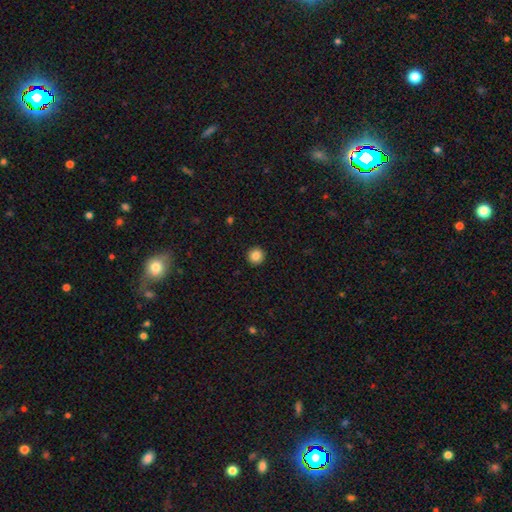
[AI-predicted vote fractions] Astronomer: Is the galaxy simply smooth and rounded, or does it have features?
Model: smooth — 86%.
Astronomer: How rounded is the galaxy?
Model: round — 95%.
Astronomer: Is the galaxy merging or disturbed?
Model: none — 93%.